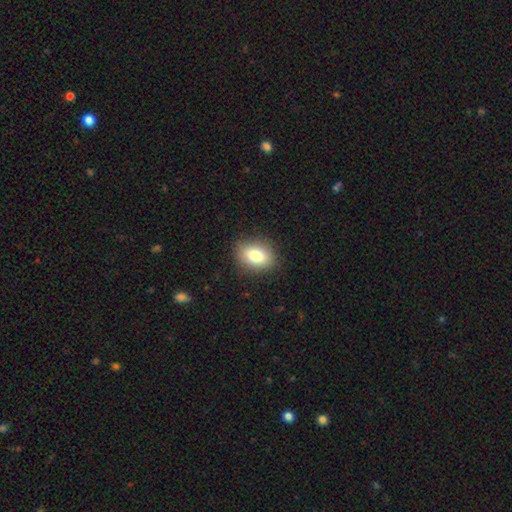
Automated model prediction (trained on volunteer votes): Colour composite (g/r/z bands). It shows a smooth galaxy with no disk features (81%) that is in between round and cigar-shaped (76%). Merging: none (87%).